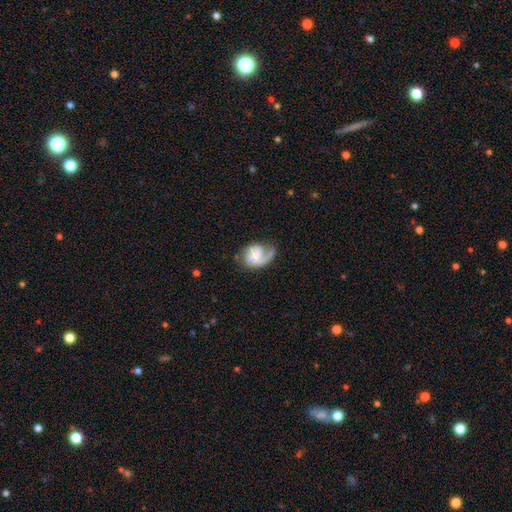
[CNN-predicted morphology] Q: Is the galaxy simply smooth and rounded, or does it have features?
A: featured or disk — 73%.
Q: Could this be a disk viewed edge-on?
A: no — 97%.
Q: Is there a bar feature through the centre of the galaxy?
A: no — 64%.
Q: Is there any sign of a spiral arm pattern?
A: yes — 92%.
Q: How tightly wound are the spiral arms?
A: medium — 40%.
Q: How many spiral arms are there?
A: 1 — 65%.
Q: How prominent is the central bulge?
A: moderate — 45%.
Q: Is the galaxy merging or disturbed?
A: none — 48%.